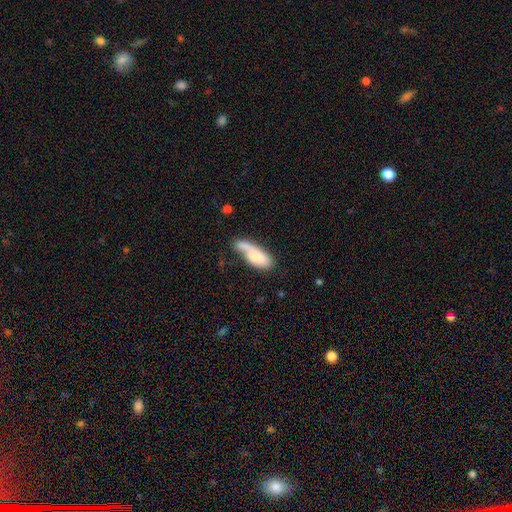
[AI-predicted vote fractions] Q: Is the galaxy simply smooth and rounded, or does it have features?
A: smooth — 69%.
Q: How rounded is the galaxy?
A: in between — 76%.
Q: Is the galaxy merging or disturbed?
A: none — 32%.